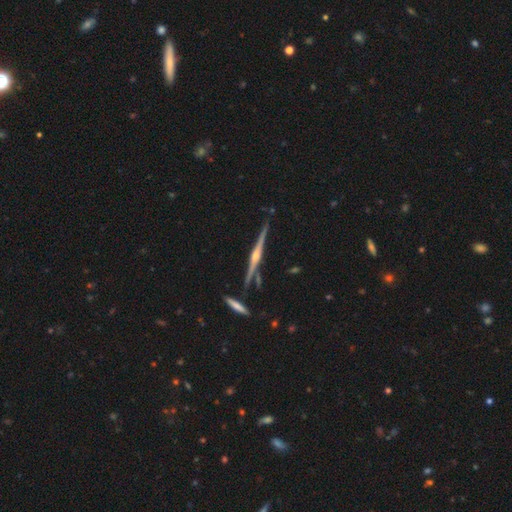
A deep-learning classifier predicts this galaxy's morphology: A featured or disk galaxy (88%) viewed edge-on (99%) with a rounded central bulge (90%). Merging: none (85%).